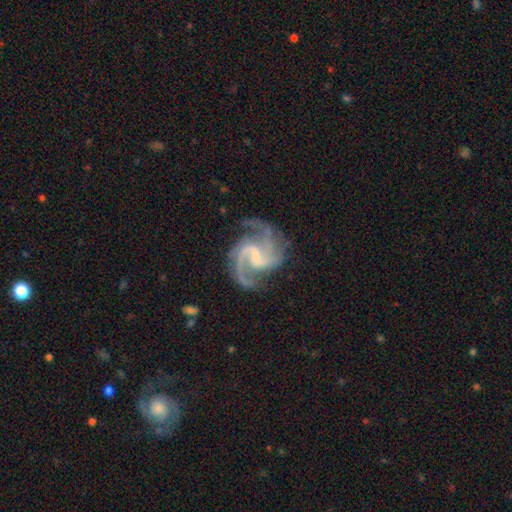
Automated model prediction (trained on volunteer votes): This is clearly a featured or disk galaxy (93%). It is clearly not viewed edge-on (99%). Bar: possibly weak (56%). Spiral arm pattern: clearly yes (99%). Spiral arm count: likely 2 (69%). Spiral winding: likely medium (64%). Central bulge: possibly small (58%). Merging: likely none (70%).